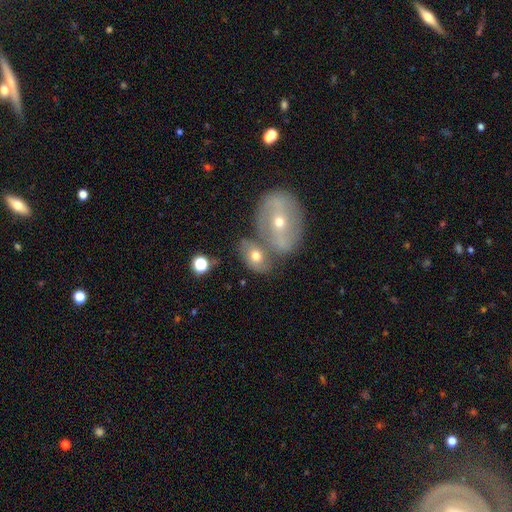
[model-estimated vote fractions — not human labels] This appears to be a smooth galaxy with no disk features (59%) that is in between round and cigar-shaped (76%). Merging: none (42%, tied with merger).